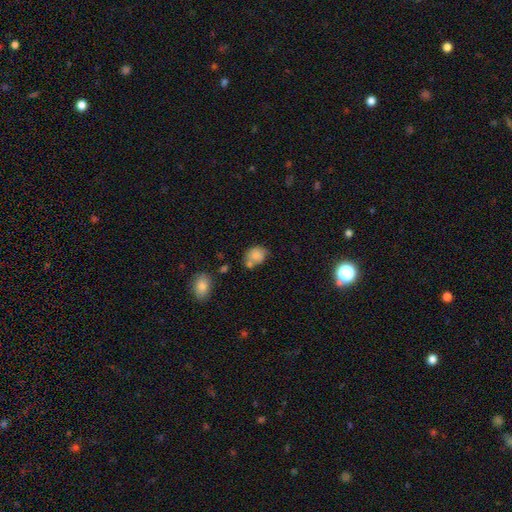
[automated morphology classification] smooth-or-featured: smooth: 80% | featured or disk: 10% | star or artifact: 9%
  how-rounded: in between: 51% | round: 48% | cigar-shaped: 1%
  merging: none: 47% | merger: 23% | minor disturbance: 23% | major disturbance: 7%